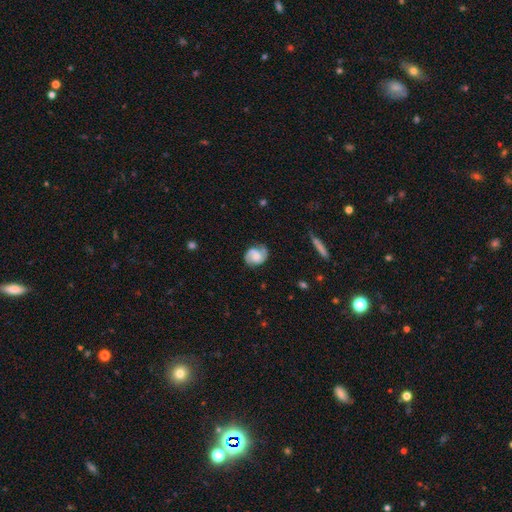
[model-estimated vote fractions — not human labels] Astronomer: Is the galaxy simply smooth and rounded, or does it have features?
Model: featured or disk — 73%.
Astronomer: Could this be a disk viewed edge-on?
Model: no — 97%.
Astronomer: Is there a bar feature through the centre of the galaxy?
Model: no — 61%.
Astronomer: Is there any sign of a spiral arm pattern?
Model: yes — 95%.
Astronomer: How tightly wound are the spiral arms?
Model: medium — 45% (runner-up: tight, 38%).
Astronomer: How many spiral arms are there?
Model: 2 — 87%.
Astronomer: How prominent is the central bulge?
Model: moderate — 43% (runner-up: small, 36%).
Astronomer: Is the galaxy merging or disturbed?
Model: none — 74%.